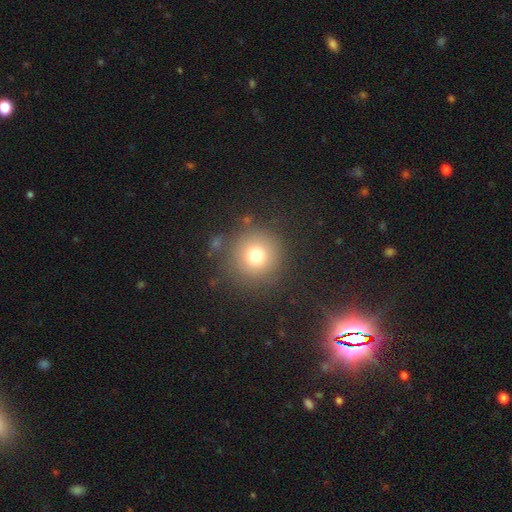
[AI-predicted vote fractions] Smooth or featured? smooth (74%)
How rounded? round (95%)
Merging? none (82%)